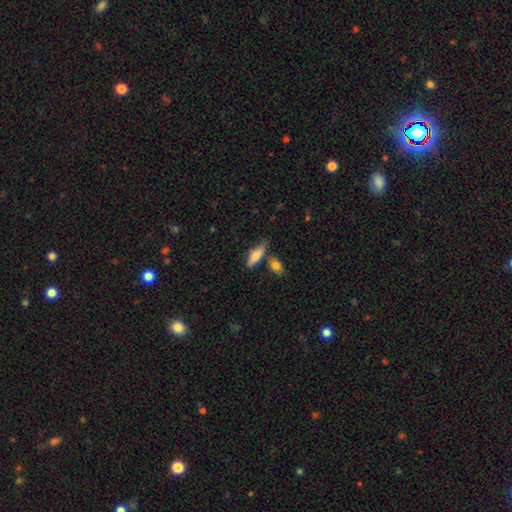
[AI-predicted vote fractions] Smooth or featured? Predicted: smooth (p=0.71). How rounded? Predicted: in between (p=0.50). Merging? Predicted: none (p=0.60).